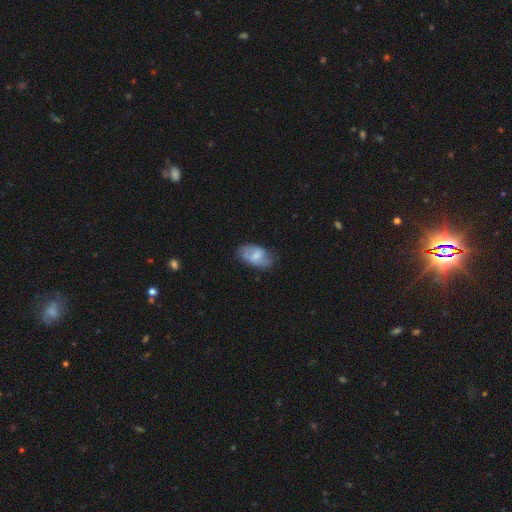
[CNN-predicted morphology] smooth_or_featured: smooth (p=0.50) [alt: featured or disk p=0.43]
merging: none (p=0.64) [alt: minor disturbance p=0.26]